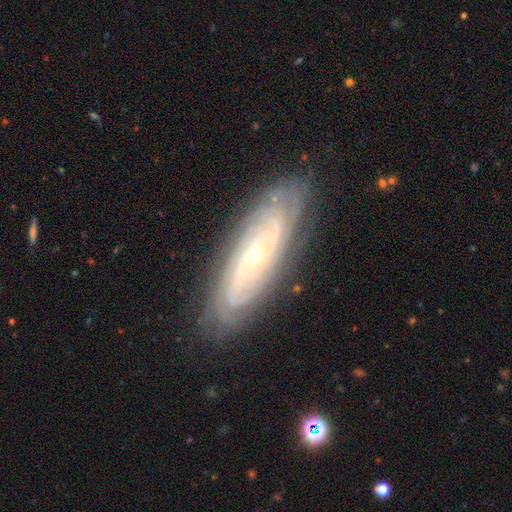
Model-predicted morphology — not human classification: smooth_or_featured: featured or disk (p=0.83) [alt: smooth p=0.10]
disk_edge_on: no (p=0.84) [alt: yes p=0.16]
bar: no (p=0.72) [alt: weak p=0.20]
has_spiral_arms: yes (p=0.94) [alt: no p=0.06]
spiral_winding: tight (p=0.77) [alt: medium p=0.19]
spiral_arm_count: can't tell (p=0.45) [alt: 2 p=0.15]
bulge_size: small (p=0.74) [alt: moderate p=0.23]
merging: none (p=0.82) [alt: minor disturbance p=0.13]